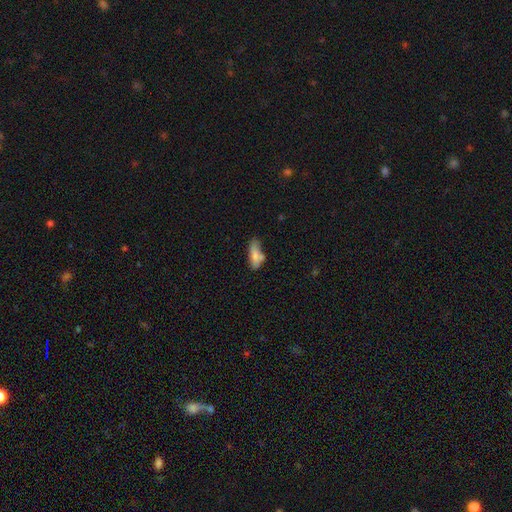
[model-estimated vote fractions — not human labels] Overall: smooth (76%). How rounded: in between (72%). Merging: none (47%; minor disturbance 28%).